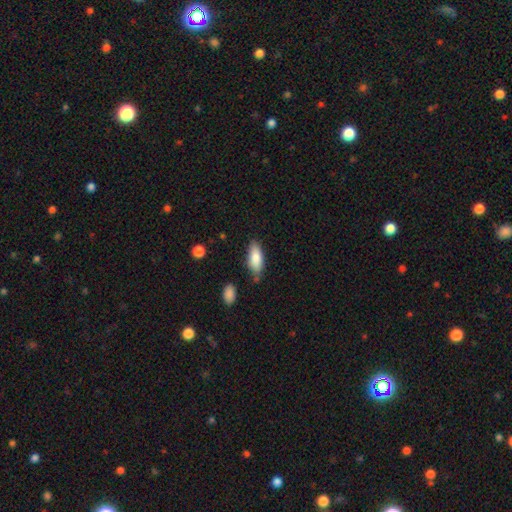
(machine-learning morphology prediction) smooth-or-featured: smooth: 82% | featured or disk: 12% | star or artifact: 7%
  how-rounded: in between: 80% | cigar-shaped: 18% | round: 2%
  merging: none: 72% | minor disturbance: 19% | merger: 5% | major disturbance: 4%